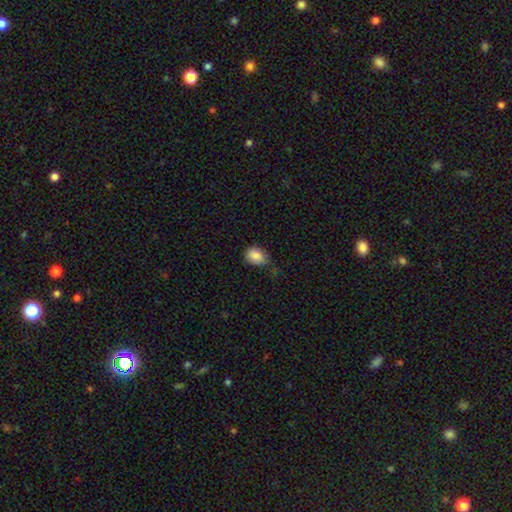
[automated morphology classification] This appears to be a smooth galaxy with no disk features (87%) that is in between round and cigar-shaped (64%). Merging: none (57%).